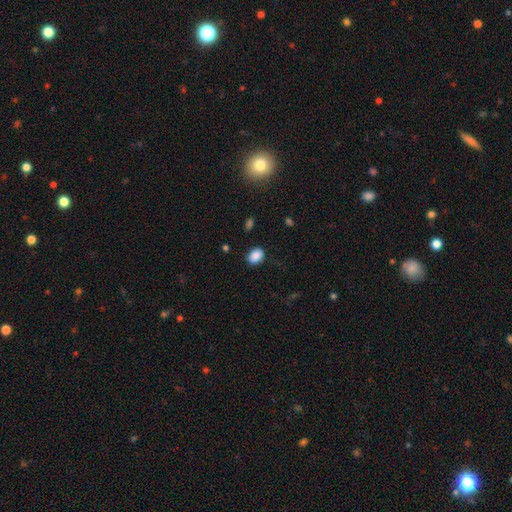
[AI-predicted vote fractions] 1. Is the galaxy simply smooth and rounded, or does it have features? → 87% smooth, 9% star or artifact, 4% featured or disk.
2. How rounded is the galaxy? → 64% in between, 35% round, 1% cigar-shaped.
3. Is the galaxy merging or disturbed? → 82% none, 14% minor disturbance, 3% major disturbance, 1% merger.